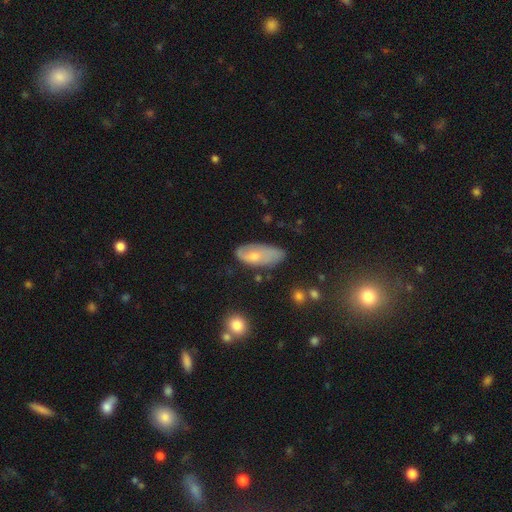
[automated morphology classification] Q: Smooth or featured?
A: smooth (57%); runner-up: featured or disk (36%)
Q: How rounded?
A: in between (86%); runner-up: cigar-shaped (10%)
Q: Merging?
A: none (50%); runner-up: minor disturbance (35%)